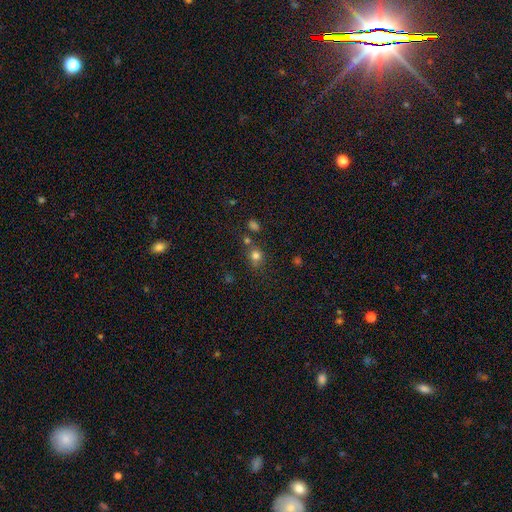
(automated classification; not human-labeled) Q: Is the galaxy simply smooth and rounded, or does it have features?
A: smooth — 77%.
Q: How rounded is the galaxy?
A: round — 80%.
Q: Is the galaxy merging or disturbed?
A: none — 66%.